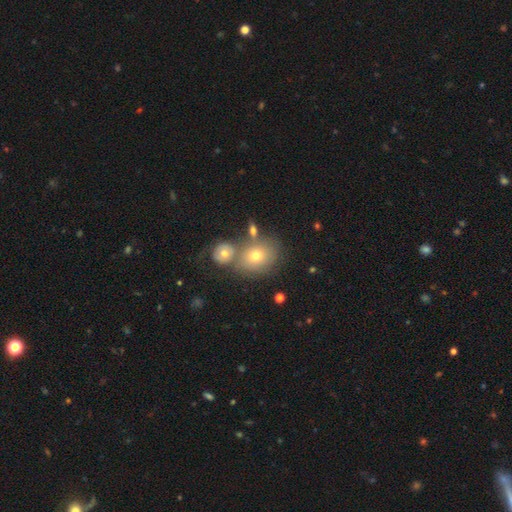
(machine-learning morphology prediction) Smooth or featured?
  - smooth: 64% *
  - featured or disk: 22%
  - star or artifact: 13%
How rounded?
  - round: 60% *
  - in between: 39%
  - cigar-shaped: 1%
Merging?
  - none: 56% *
  - merger: 26%
  - minor disturbance: 13%
  - major disturbance: 6%